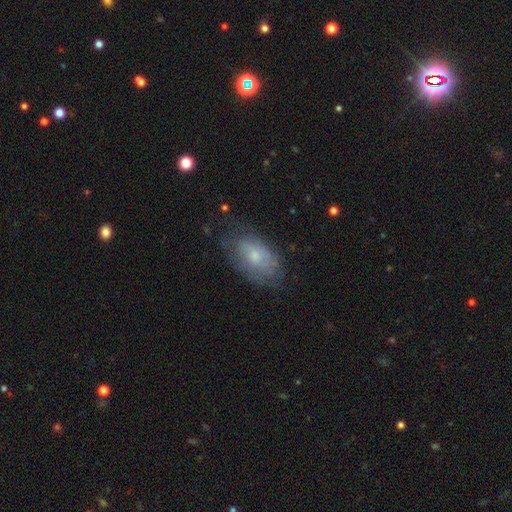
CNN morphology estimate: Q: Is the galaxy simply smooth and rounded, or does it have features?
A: smooth — 57%.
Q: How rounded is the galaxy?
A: in between — 91%.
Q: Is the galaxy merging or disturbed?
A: none — 64%.